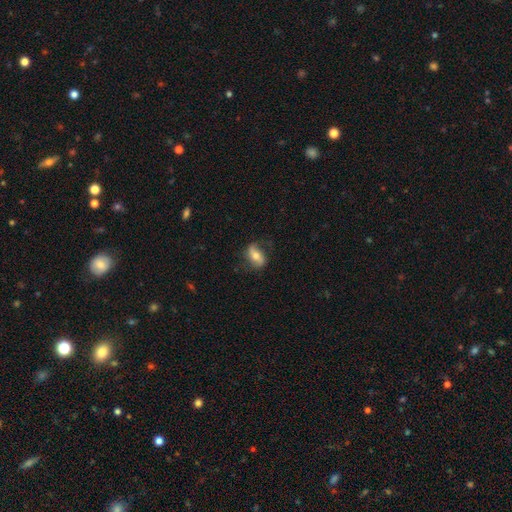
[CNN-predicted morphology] A smooth galaxy with no disk features (56%) that is in between round and cigar-shaped (85%). Merging: none (69%).